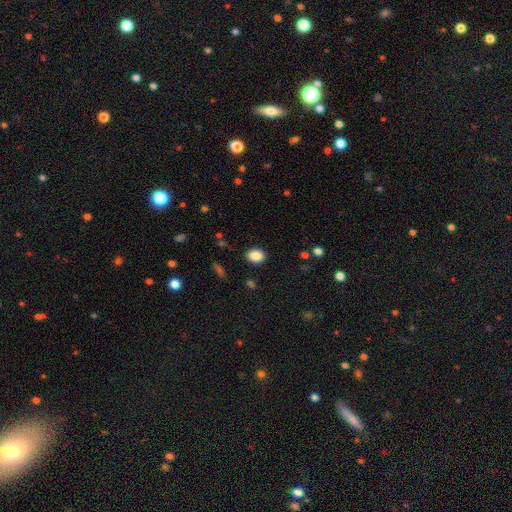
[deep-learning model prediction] Overall: smooth (87%). How rounded: in between (68%; round 31%). Merging: none (89%).